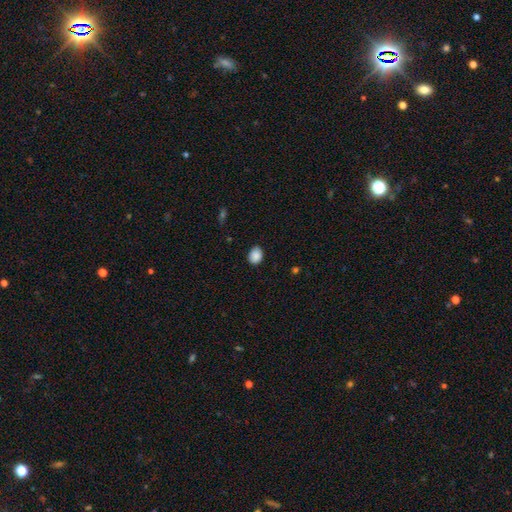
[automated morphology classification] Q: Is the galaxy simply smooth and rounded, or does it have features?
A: smooth — 88%.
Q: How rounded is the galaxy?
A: in between — 58%.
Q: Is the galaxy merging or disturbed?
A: none — 84%.